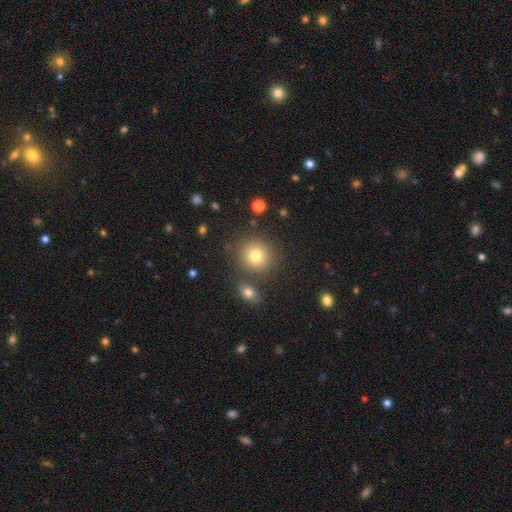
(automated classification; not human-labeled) Smooth or featured: smooth — 78% (star or artifact — 13%)
How rounded: round — 88% (in between — 11%)
Merging: none — 78% (merger — 10%)